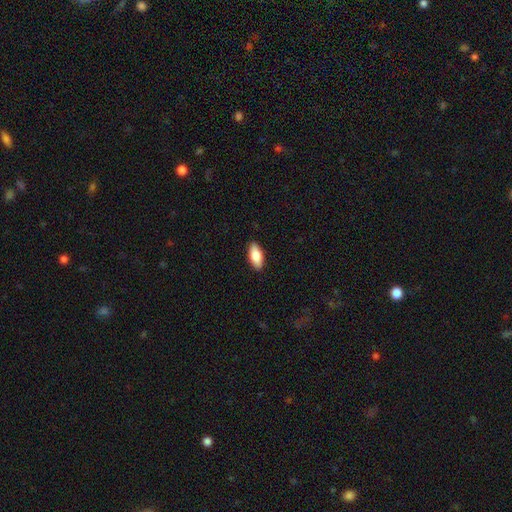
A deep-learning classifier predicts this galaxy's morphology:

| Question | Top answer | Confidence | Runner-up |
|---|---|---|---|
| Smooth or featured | smooth | 84% | featured or disk (10%) |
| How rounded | in between | 86% | cigar-shaped (12%) |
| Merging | none | 90% | minor disturbance (8%) |